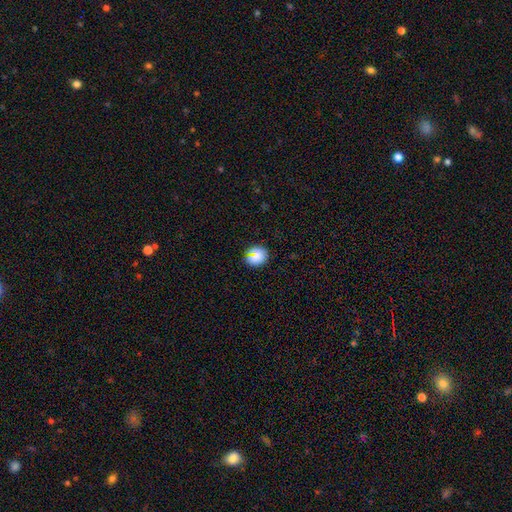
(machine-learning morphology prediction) This appears to be a smooth galaxy with no disk features (77%) that is round (78%). Merging: none (85%).